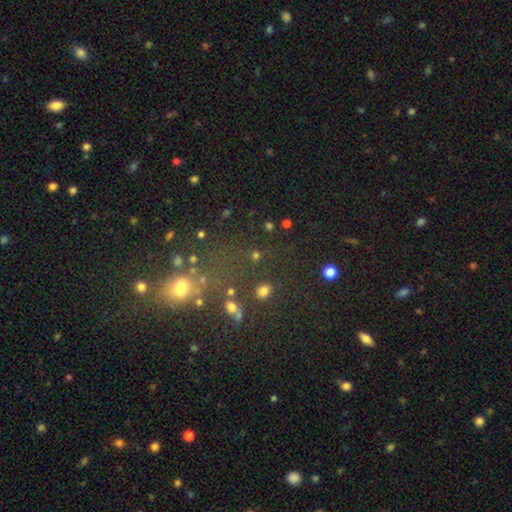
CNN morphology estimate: smooth 51%, star or artifact 38%, featured or disk 11%. Down the decision tree: how rounded — round (72%); merging — none (66%).